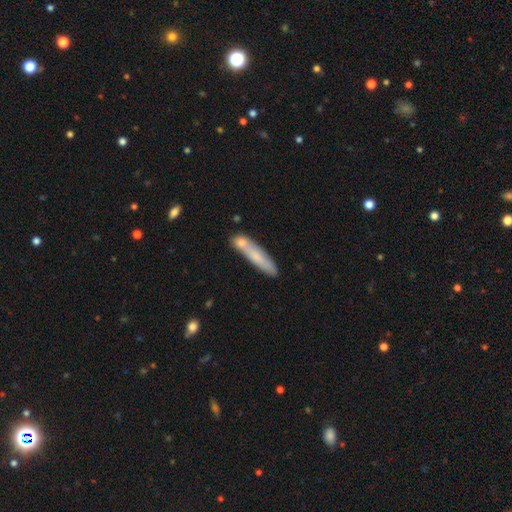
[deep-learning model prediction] Smooth or featured?
  - smooth: 67% *
  - featured or disk: 27%
  - star or artifact: 7%
How rounded?
  - cigar-shaped: 89% *
  - in between: 10%
  - round: 2%
Merging?
  - none: 61% *
  - merger: 20%
  - minor disturbance: 15%
  - major disturbance: 4%